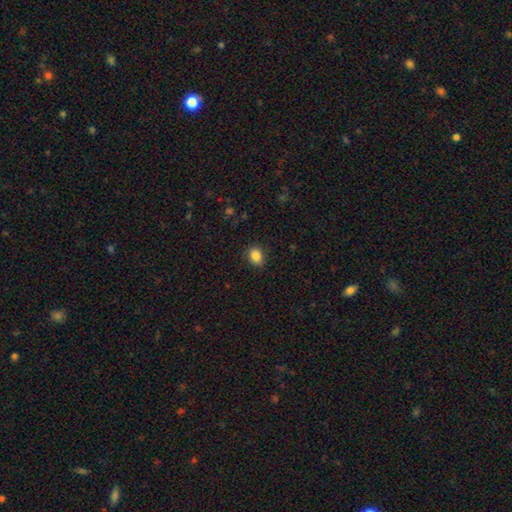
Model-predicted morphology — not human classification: Smooth or featured: smooth — 87% (star or artifact — 9%)
How rounded: in between — 65% (round — 33%)
Merging: none — 86% (minor disturbance — 11%)